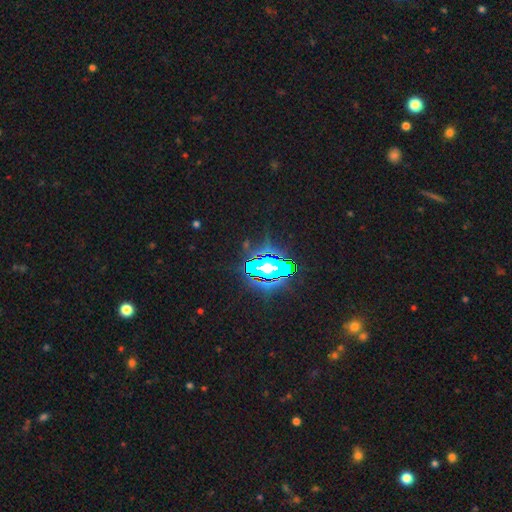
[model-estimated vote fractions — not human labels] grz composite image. It shows a star or artifact, not a galaxy (84%).